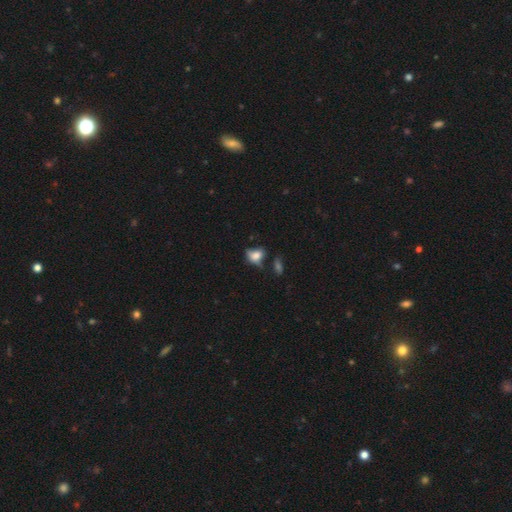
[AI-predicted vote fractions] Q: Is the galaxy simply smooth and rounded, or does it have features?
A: smooth — 69%.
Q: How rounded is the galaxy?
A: in between — 68%.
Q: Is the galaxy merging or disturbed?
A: none — 40%.